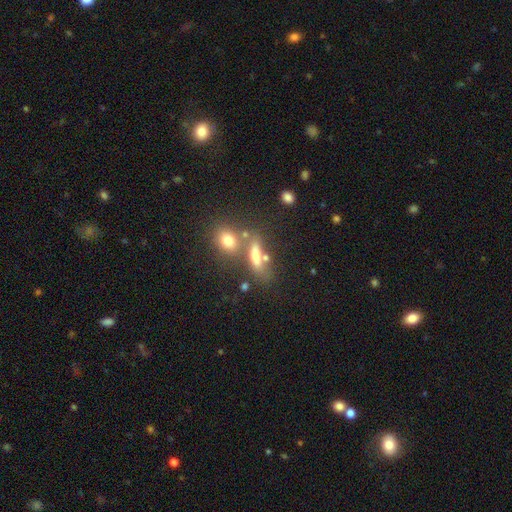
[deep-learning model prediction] Overall: smooth (53%; featured or disk 29%). How rounded: cigar-shaped (45%; in between 43%). Merging: none (47%; merger 30%).